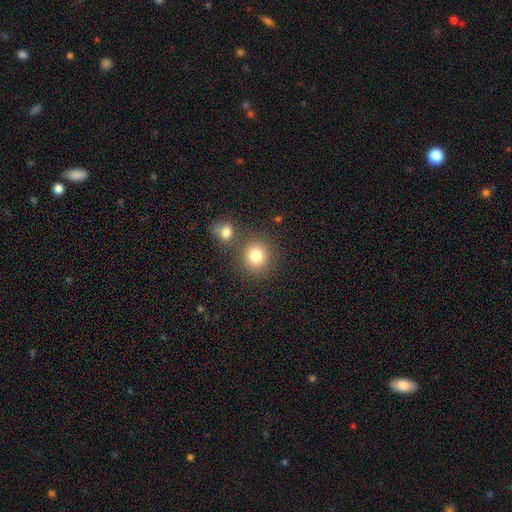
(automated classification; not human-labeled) A smooth galaxy with no disk features (80%) that is round (86%).

Vote fractions:
- Smooth or featured? smooth: 80% / star or artifact: 12% / featured or disk: 8%
- How rounded? round: 86% / in between: 13% / cigar-shaped: 1%
- Merging? none: 71% / merger: 18% / minor disturbance: 8% / major disturbance: 3%